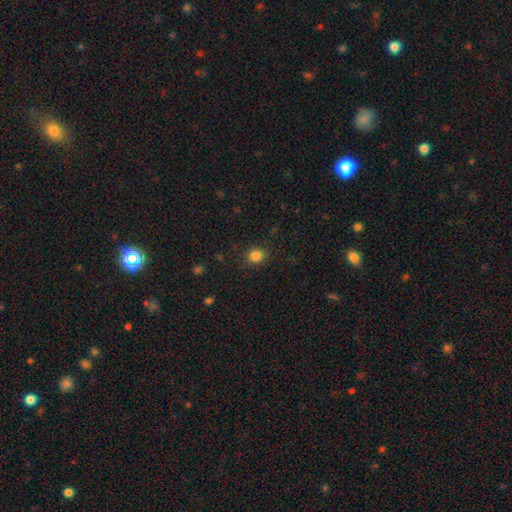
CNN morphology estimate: Q: Smooth or featured?
A: smooth (84%); runner-up: star or artifact (12%)
Q: How rounded?
A: round (59%); runner-up: in between (40%)
Q: Merging?
A: none (86%); runner-up: minor disturbance (10%)